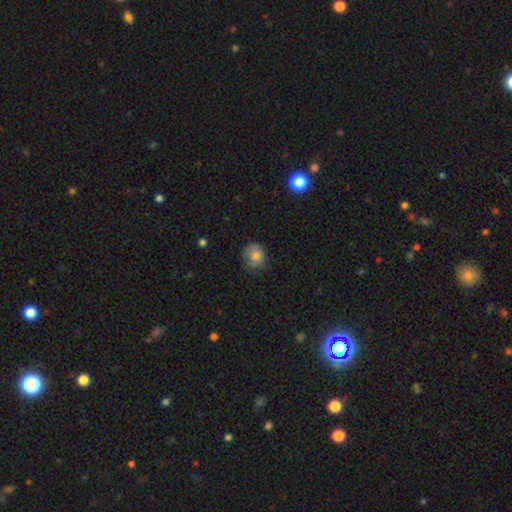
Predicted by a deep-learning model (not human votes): smooth 73%, featured or disk 17%, star or artifact 9%. Down the decision tree: how rounded — round (68%); merging — none (56%).